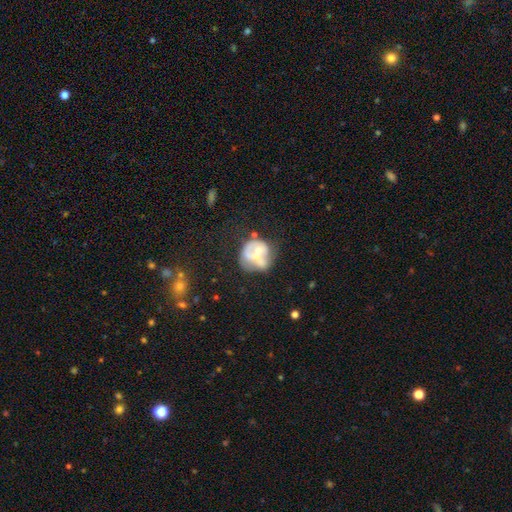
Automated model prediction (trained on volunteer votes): smooth_or_featured: featured or disk (p=0.55) [alt: smooth p=0.37]
disk_edge_on: no (p=0.98) [alt: yes p=0.02]
bar: no (p=0.84) [alt: weak p=0.12]
has_spiral_arms: no (p=0.83) [alt: yes p=0.17]
bulge_size: moderate (p=0.54) [alt: small p=0.31]
merging: merger (p=0.48) [alt: none p=0.24]